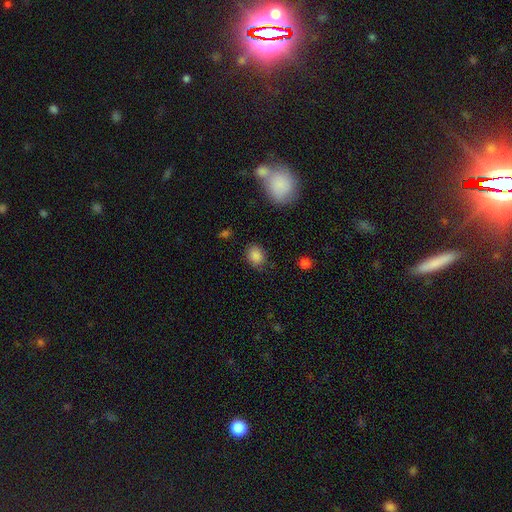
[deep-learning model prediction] The model was most divided on "how rounded": round: 52%, in between: 47%, cigar-shaped: 1%. More confident: smooth or featured — smooth (85%); merging — none (79%).